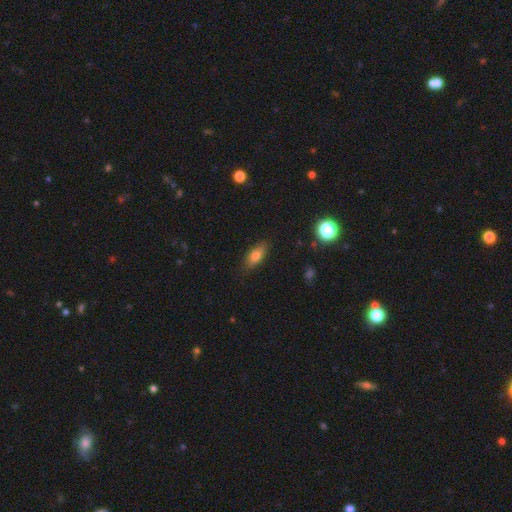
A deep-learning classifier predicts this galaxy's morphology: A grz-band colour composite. It shows a smooth galaxy with no disk features (78%) that is in between round and cigar-shaped (78%). Merging: none (81%).